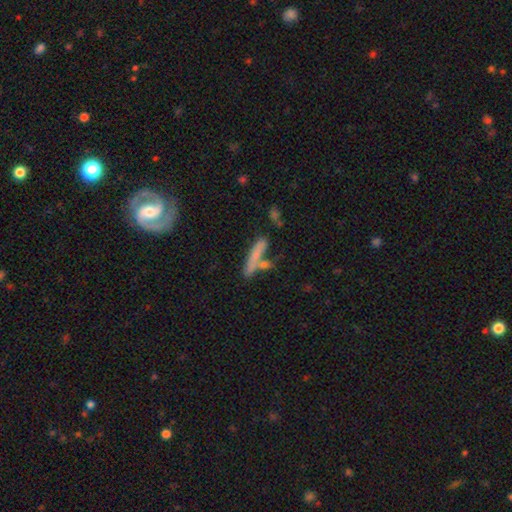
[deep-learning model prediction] Morphology: type=smooth (64%); roundness=cigar-shaped (87%); merging=none (57%).